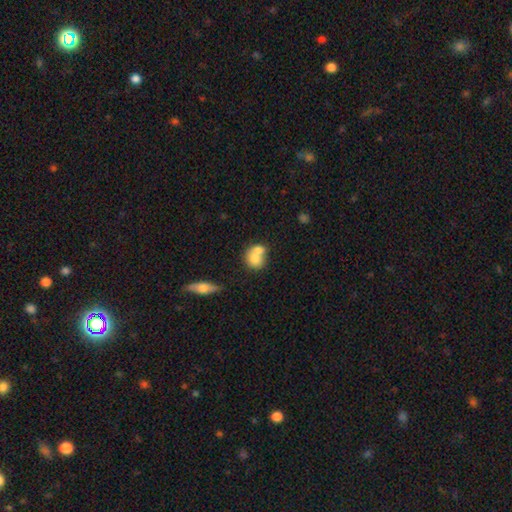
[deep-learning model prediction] Smooth or featured: smooth — 74% (featured or disk — 18%)
How rounded: round — 60% (in between — 38%)
Merging: merger — 61% (none — 27%)